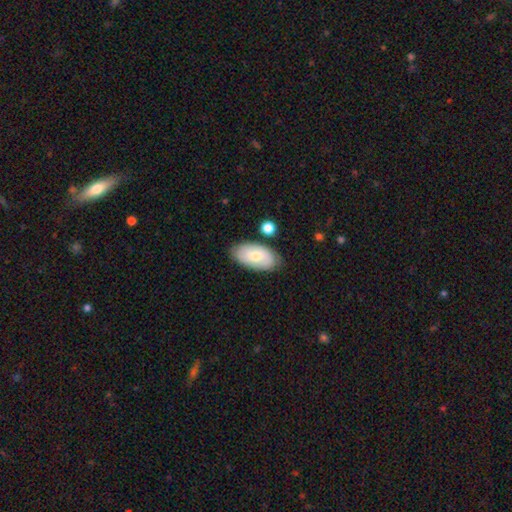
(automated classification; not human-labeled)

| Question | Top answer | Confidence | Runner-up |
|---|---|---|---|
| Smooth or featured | smooth | 61% | featured or disk (33%) |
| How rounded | in between | 94% | round (4%) |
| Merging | none | 79% | minor disturbance (14%) |